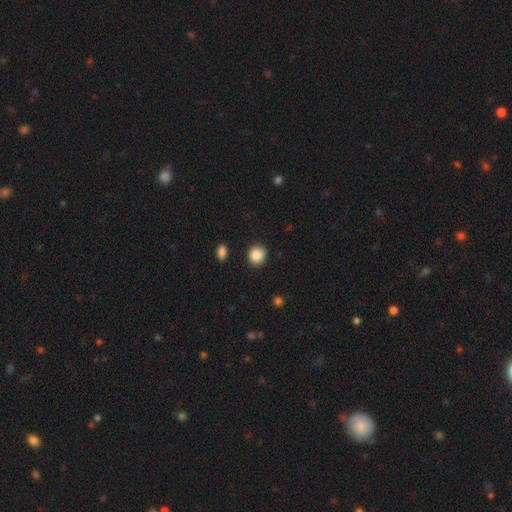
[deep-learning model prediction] Overall: smooth (87%). How rounded: round (79%). Merging: none (88%).